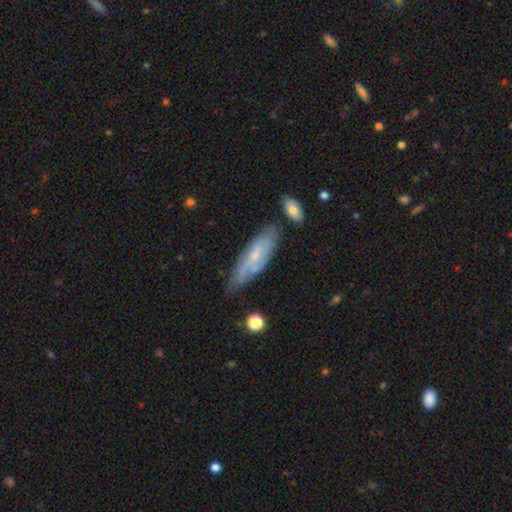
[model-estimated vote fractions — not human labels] Smooth or featured? Predicted: featured or disk (p=0.51). Edge-on disk? Predicted: no (p=0.68). Merging? Predicted: none (p=0.58).